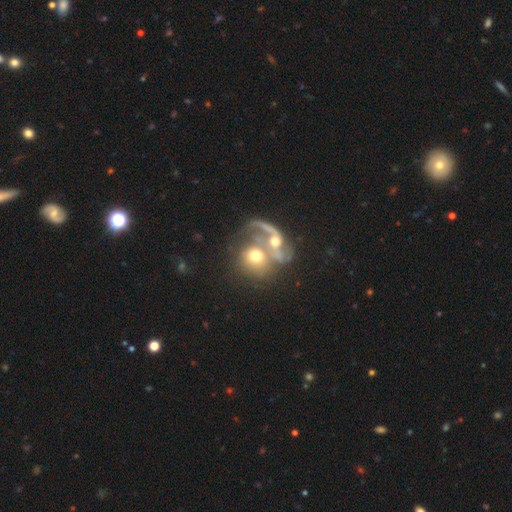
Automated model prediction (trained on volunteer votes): Morphology: type=featured or disk (47%); merging=merger (66%).